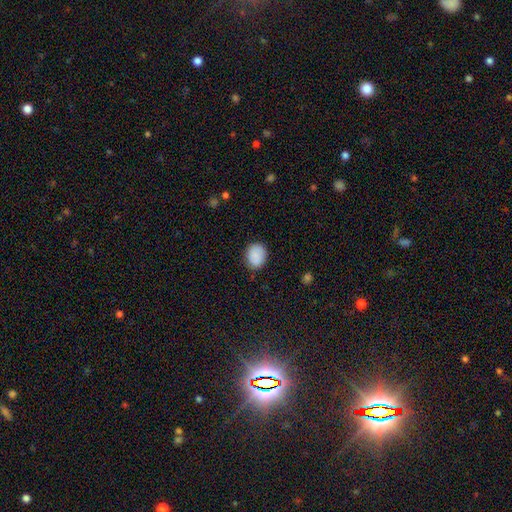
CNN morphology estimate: smooth 89%, star or artifact 7%, featured or disk 4%. Down the decision tree: how rounded — round (54%); merging — none (85%).